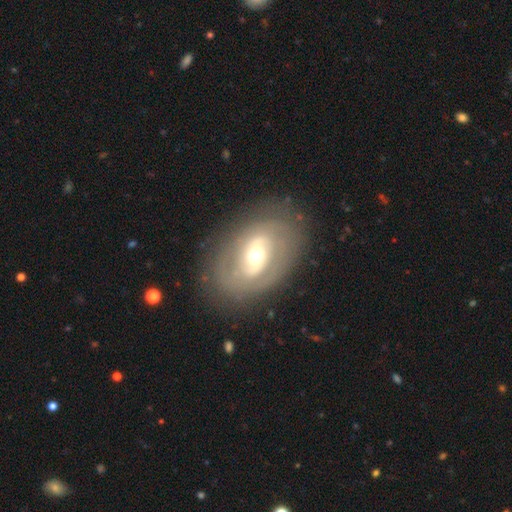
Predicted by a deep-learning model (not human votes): Morphology: type=featured or disk (71%); edge-on=no (94%); bar=weak (40%); spiral arms=yes (60%); bulge=moderate (60%); merging=none (79%).